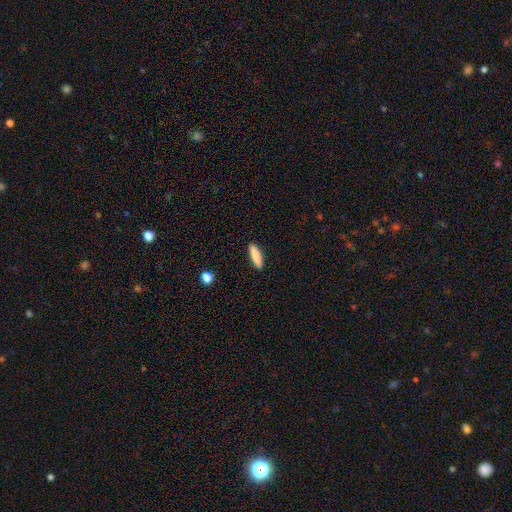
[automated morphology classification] Smooth or featured? Predicted: smooth (p=0.85). How rounded? Predicted: cigar-shaped (p=0.71). Merging? Predicted: none (p=0.90).